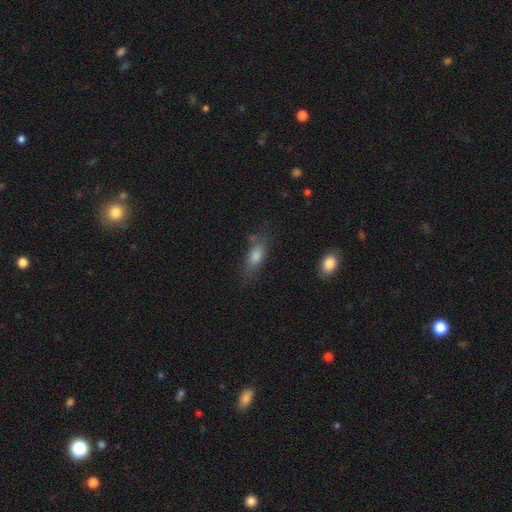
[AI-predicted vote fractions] smooth-or-featured: smooth: 76% | featured or disk: 14% | star or artifact: 10%
  how-rounded: in between: 73% | cigar-shaped: 21% | round: 6%
  merging: none: 70% | minor disturbance: 19% | major disturbance: 7% | merger: 4%